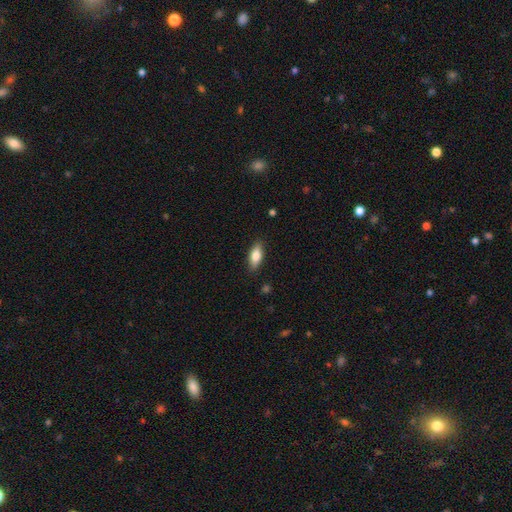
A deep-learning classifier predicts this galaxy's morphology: Smooth or featured?
  - smooth: 78% *
  - featured or disk: 16%
  - star or artifact: 7%
How rounded?
  - in between: 78% *
  - cigar-shaped: 19%
  - round: 3%
Merging?
  - none: 86% *
  - minor disturbance: 11%
  - major disturbance: 2%
  - merger: 1%